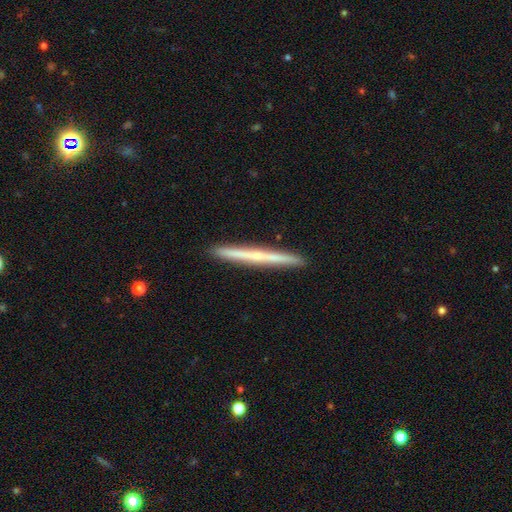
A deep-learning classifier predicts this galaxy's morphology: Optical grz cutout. It shows a featured or disk galaxy (56%) viewed edge-on (98%) with no central bulge (72%). Merging: none (93%).